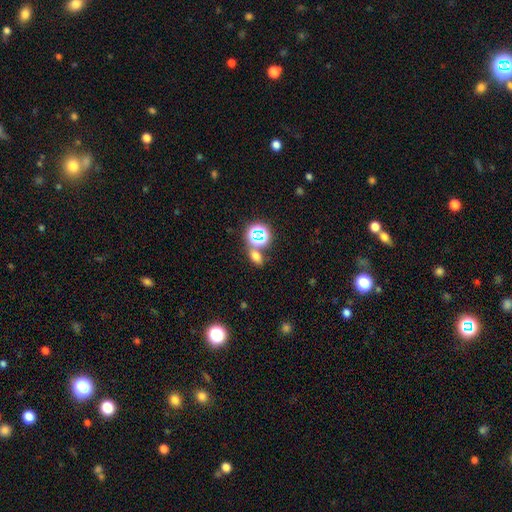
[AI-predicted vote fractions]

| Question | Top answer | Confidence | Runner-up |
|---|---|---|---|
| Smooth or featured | smooth | 61% | star or artifact (30%) |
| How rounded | in between | 71% | round (25%) |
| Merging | none | 65% | merger (22%) |